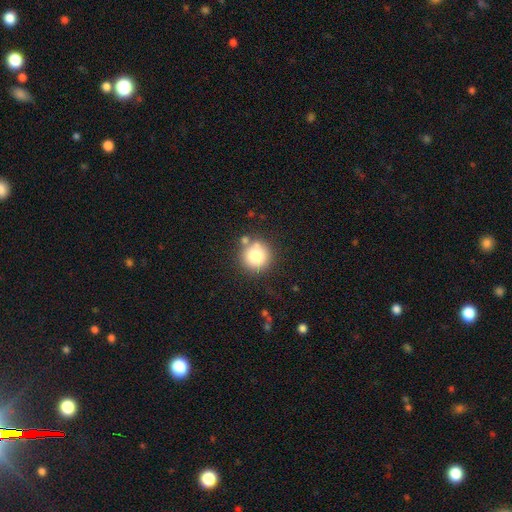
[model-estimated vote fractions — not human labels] Smooth or featured: smooth — 80% (star or artifact — 10%)
How rounded: round — 93% (in between — 6%)
Merging: none — 76% (minor disturbance — 11%)